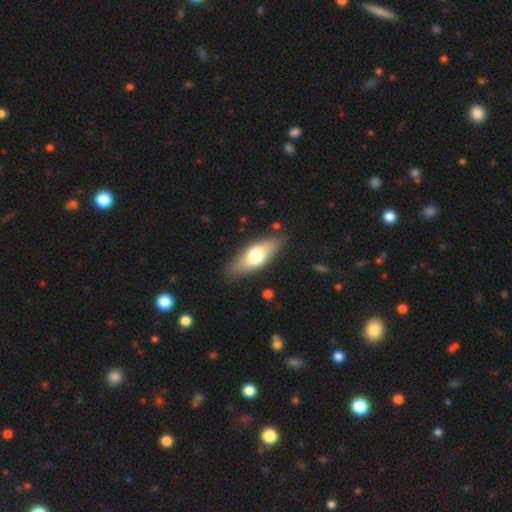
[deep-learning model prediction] smooth_or_featured: smooth (p=0.64) [alt: featured or disk p=0.30]
how_rounded: in between (p=0.71) [alt: cigar-shaped p=0.26]
merging: none (p=0.84) [alt: minor disturbance p=0.12]